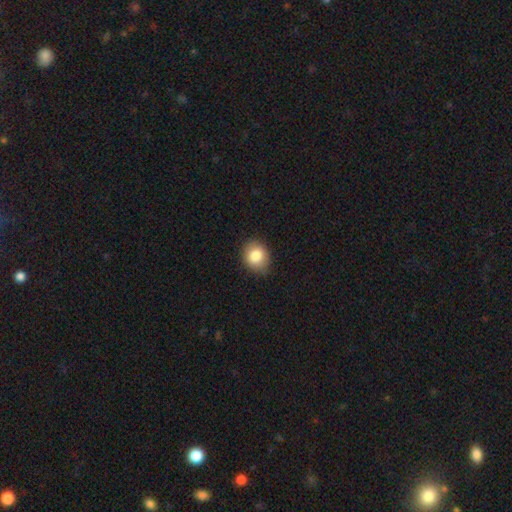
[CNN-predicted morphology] smooth 83%, star or artifact 9%, featured or disk 8%. Down the decision tree: how rounded — round (64%); merging — none (83%).